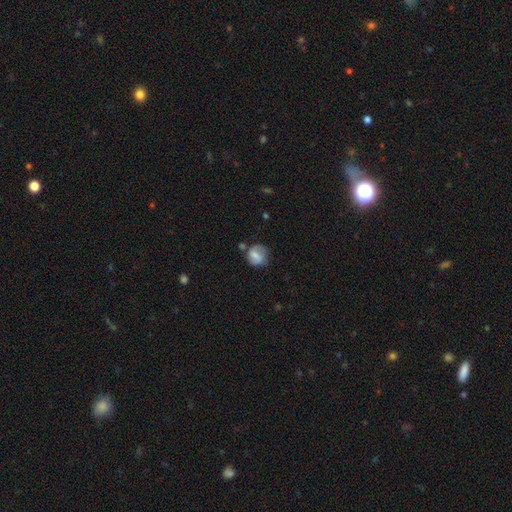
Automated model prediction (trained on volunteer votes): Smooth or featured? smooth (54%)
How rounded? round (77%)
Merging? none (57%)